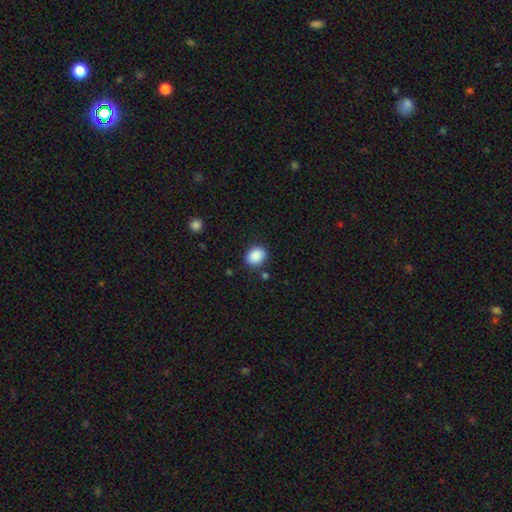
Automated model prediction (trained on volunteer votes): A smooth galaxy with no disk features (89%) that is round (53%). Merging: none (83%).